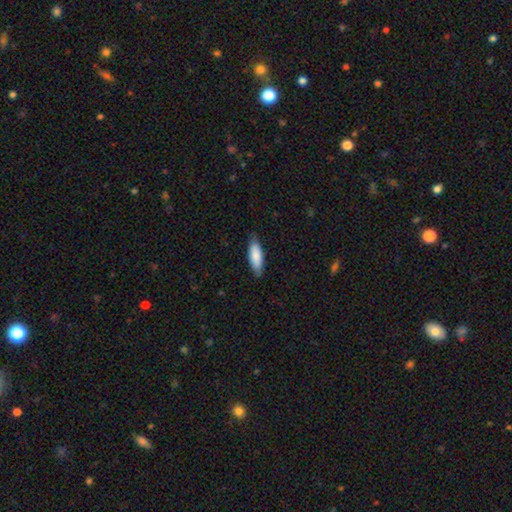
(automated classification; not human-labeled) The model was most divided on "how rounded": in between: 61%, cigar-shaped: 37%, round: 1%. More confident: smooth or featured — smooth (85%); merging — none (83%).